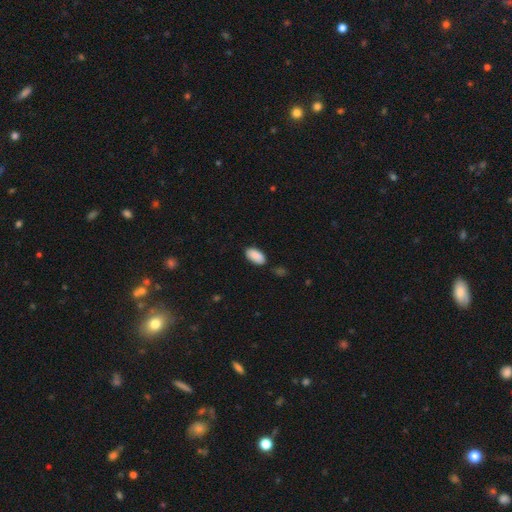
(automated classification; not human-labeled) Smooth or featured? Predicted: smooth (p=0.91). How rounded? Predicted: in between (p=0.95). Merging? Predicted: none (p=0.83).